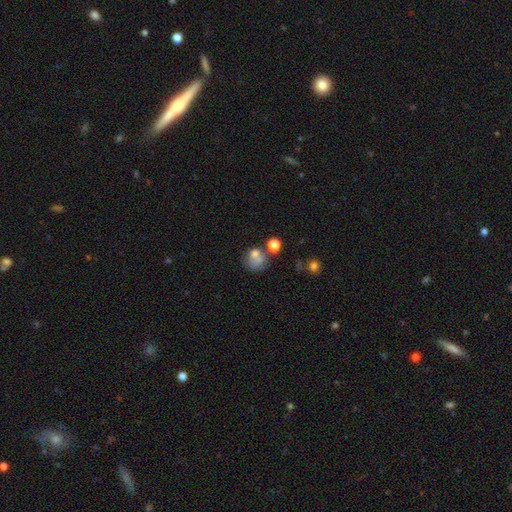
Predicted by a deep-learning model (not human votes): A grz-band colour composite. It shows a smooth galaxy with no disk features (63%) that is round (70%). Merging: none (36%).